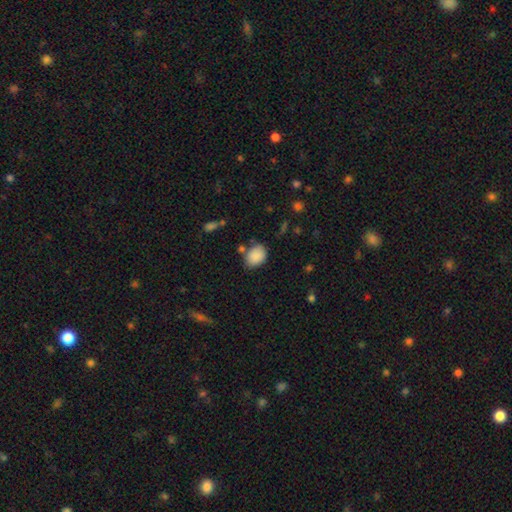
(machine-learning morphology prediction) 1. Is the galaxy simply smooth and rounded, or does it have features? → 87% smooth, 8% star or artifact, 5% featured or disk.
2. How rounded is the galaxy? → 68% in between, 31% round, 1% cigar-shaped.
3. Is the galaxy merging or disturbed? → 70% none, 18% minor disturbance, 7% merger, 5% major disturbance.